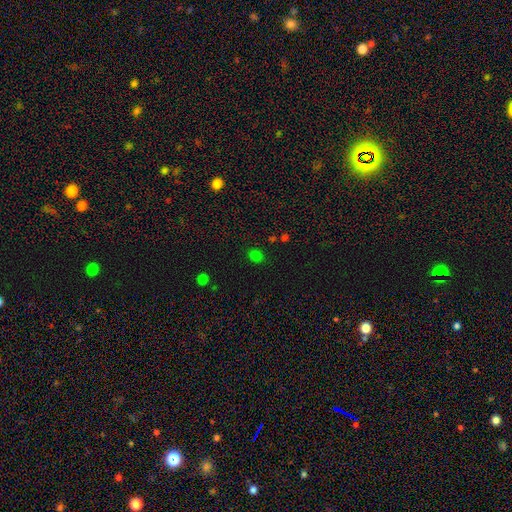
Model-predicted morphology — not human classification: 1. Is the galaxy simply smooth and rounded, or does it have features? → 72% smooth, 24% star or artifact, 4% featured or disk.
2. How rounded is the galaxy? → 65% round, 34% in between, 1% cigar-shaped.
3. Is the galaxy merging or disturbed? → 84% none, 10% minor disturbance, 3% major disturbance, 3% merger.